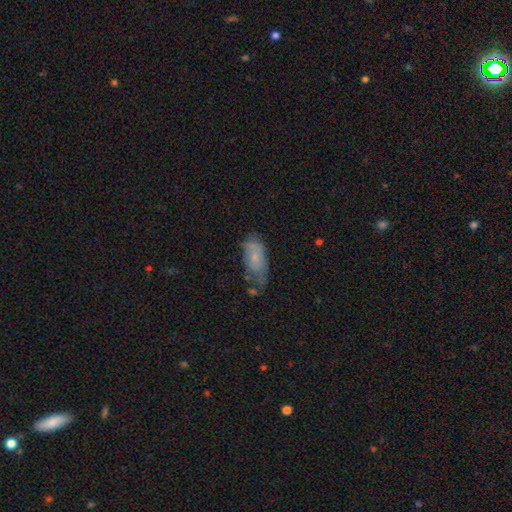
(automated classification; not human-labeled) Morphology: type=smooth (61%); roundness=in between (87%); merging=none (38%).